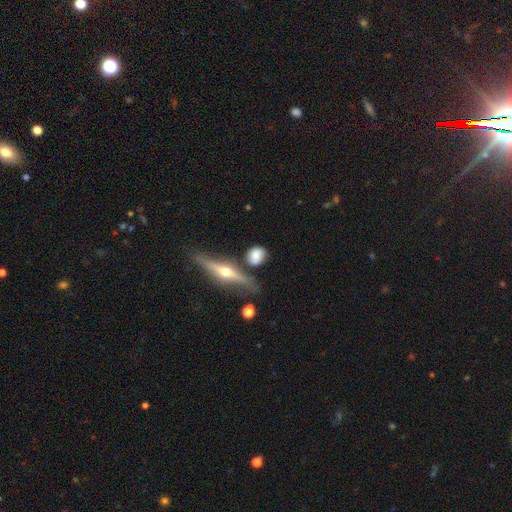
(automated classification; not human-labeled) This appears to be a smooth galaxy with no disk features (65%) that is round (63%). Merging: none (68%).